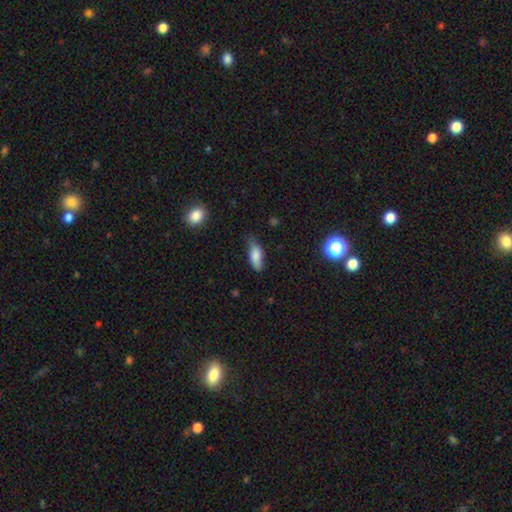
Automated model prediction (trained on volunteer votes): Smooth or featured? Predicted: smooth (p=0.81). How rounded? Predicted: in between (p=0.74). Merging? Predicted: none (p=0.63).